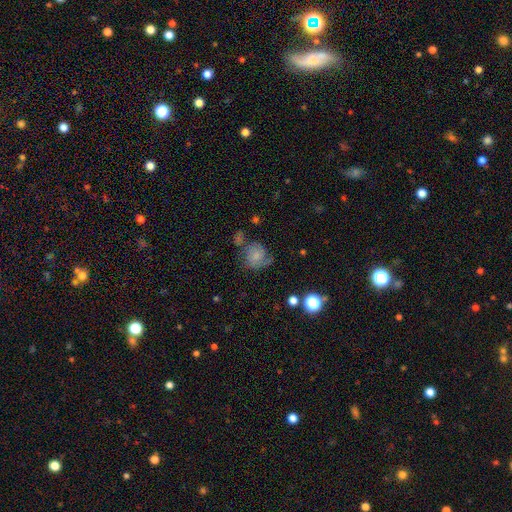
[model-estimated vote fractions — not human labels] smooth 46%, featured or disk 43%, star or artifact 11%. Down the decision tree: merging — none (45%).